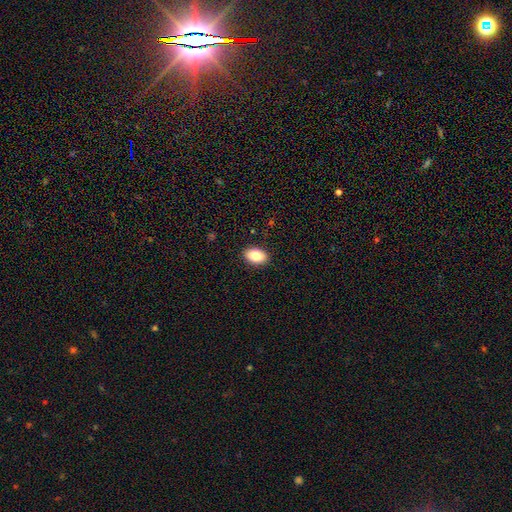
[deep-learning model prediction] Smooth or featured? Predicted: smooth (p=0.84). How rounded? Predicted: in between (p=0.88). Merging? Predicted: none (p=0.90).